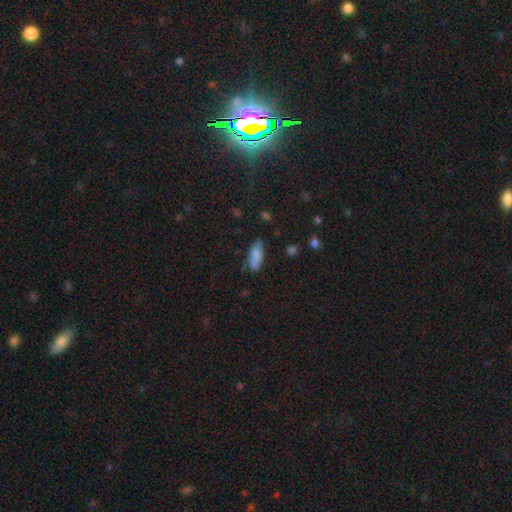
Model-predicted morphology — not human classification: Smooth or featured?
  - smooth: 80% *
  - featured or disk: 12%
  - star or artifact: 8%
How rounded?
  - in between: 76% *
  - cigar-shaped: 21%
  - round: 3%
Merging?
  - none: 64% *
  - minor disturbance: 24%
  - major disturbance: 7%
  - merger: 5%